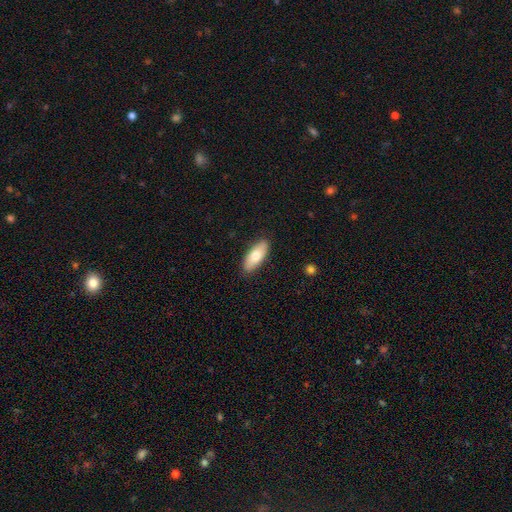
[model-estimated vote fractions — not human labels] Smooth or featured: smooth — 76% (featured or disk — 18%)
How rounded: in between — 81% (cigar-shaped — 17%)
Merging: none — 88% (minor disturbance — 10%)